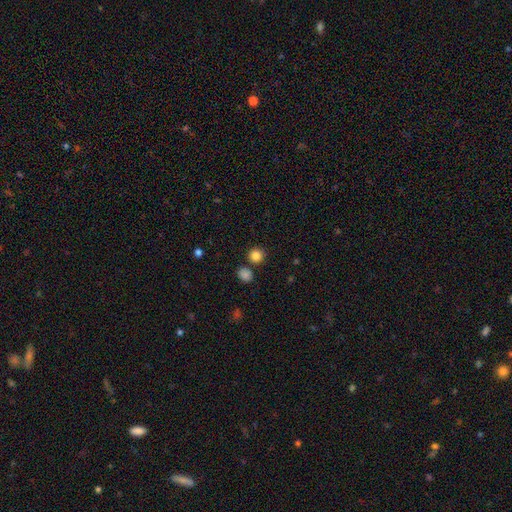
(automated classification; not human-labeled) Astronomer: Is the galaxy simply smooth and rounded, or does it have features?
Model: smooth — 84%.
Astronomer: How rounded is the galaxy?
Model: round — 92%.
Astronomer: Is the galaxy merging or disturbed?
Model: none — 81%.